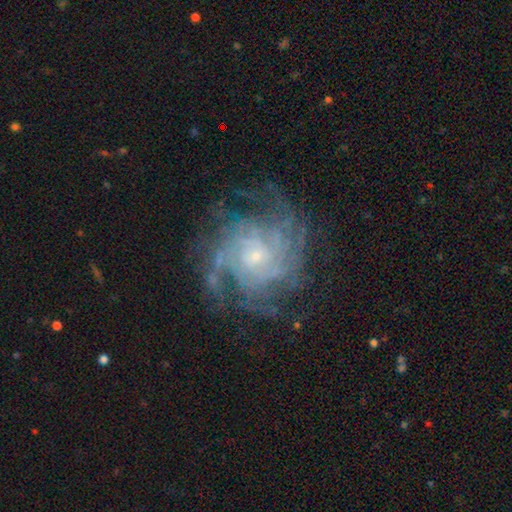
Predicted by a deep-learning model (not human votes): This appears to be a featured or disk galaxy (86%) with no bar (71%), tight (59%) spiral arms (95%) and a small central bulge (78%). Merging: none (69%).